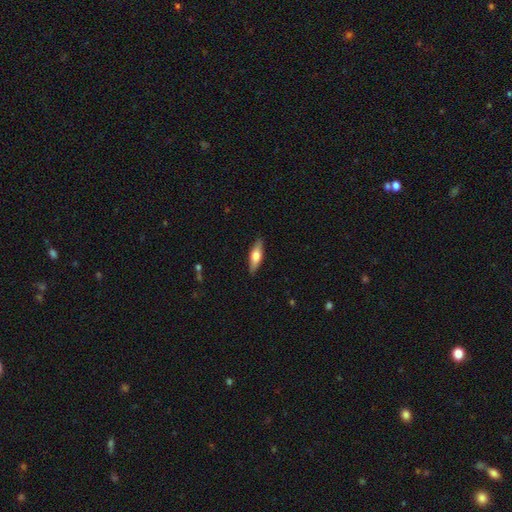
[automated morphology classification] A smooth galaxy with no disk features (59%) that is cigar-shaped (52%). Merging: none (87%).